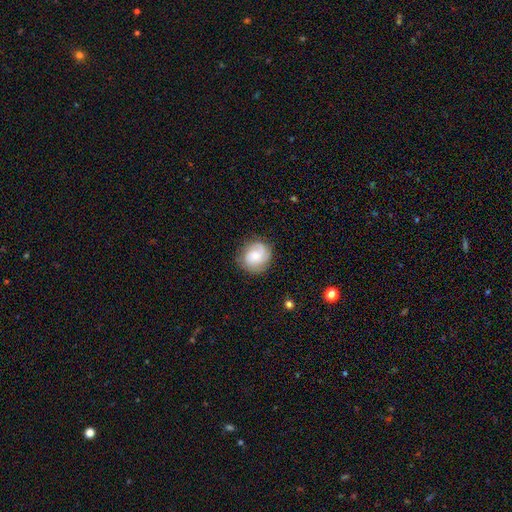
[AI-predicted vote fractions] Smooth or featured: featured or disk — 48% (smooth — 44%)
Merging: none — 76% (minor disturbance — 17%)